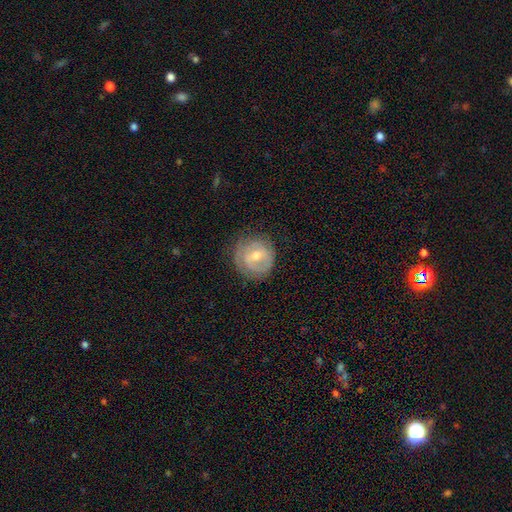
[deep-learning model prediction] A featured or disk galaxy (66%) with a weak bar (49%), spiral arms (75%) and a moderate central bulge (59%).

Vote fractions:
- Smooth or featured? featured or disk: 66% / smooth: 27% / star or artifact: 8%
- Edge-on disk? no: 97% / yes: 3%
- Bar? weak: 49% / no: 36% / strong: 15%
- Spiral arms? yes: 75% / no: 25%
- Bulge size? moderate: 59% / small: 37% / large: 2% / none: 1% / dominant: 1%
- Merging? none: 74% / minor disturbance: 18% / major disturbance: 7% / merger: 1%